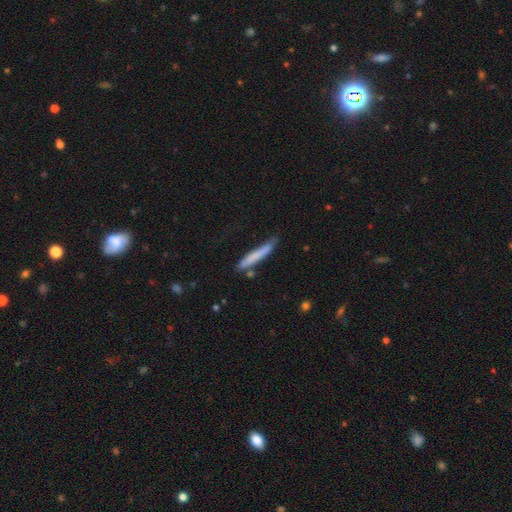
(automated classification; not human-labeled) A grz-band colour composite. It shows a smooth galaxy with no disk features (70%) that is cigar-shaped (95%). Merging: none (69%).